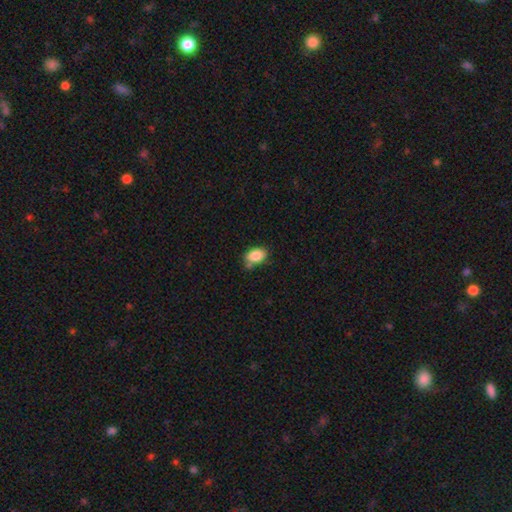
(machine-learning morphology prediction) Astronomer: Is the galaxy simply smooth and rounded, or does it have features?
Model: smooth — 85%.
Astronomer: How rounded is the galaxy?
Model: in between — 84%.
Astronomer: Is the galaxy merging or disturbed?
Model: none — 63%.